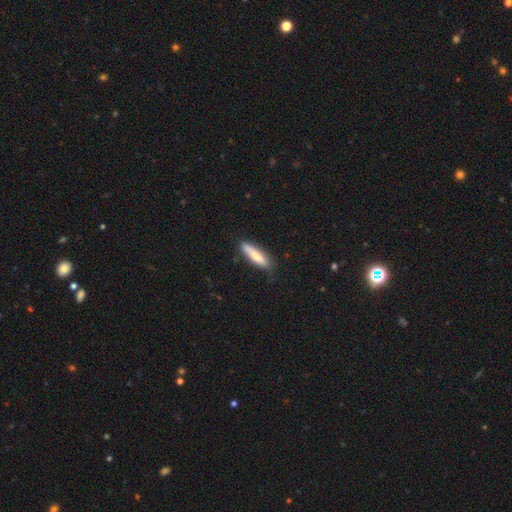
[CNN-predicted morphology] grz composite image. It shows a smooth galaxy with no disk features (76%) that is cigar-shaped (79%). Merging: none (81%).